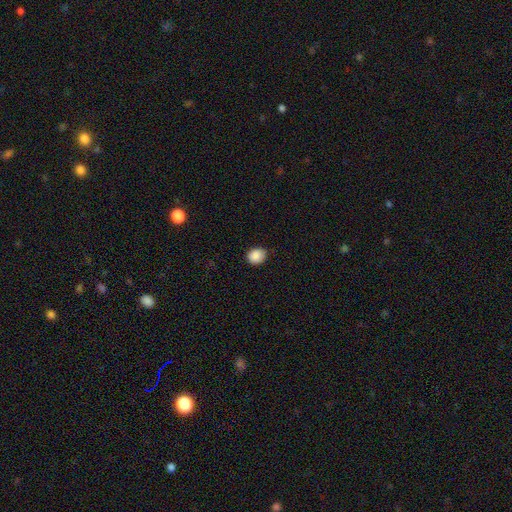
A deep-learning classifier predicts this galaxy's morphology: Smooth or featured? smooth (88%)
How rounded? round (64%)
Merging? none (81%)